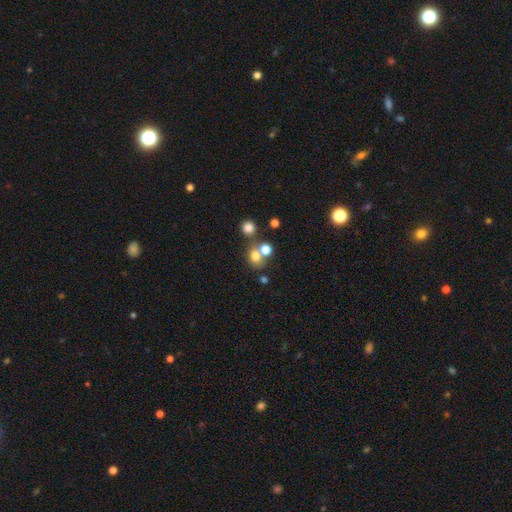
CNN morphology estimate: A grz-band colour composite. It shows a smooth galaxy with no disk features (73%) that is round (64%). Merging: none (49%).